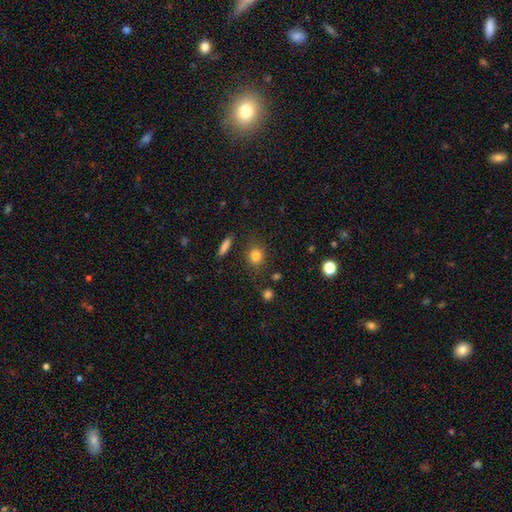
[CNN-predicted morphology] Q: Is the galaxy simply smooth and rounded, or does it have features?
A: smooth — 82%.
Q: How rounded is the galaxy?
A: round — 69%.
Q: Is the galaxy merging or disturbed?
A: none — 81%.